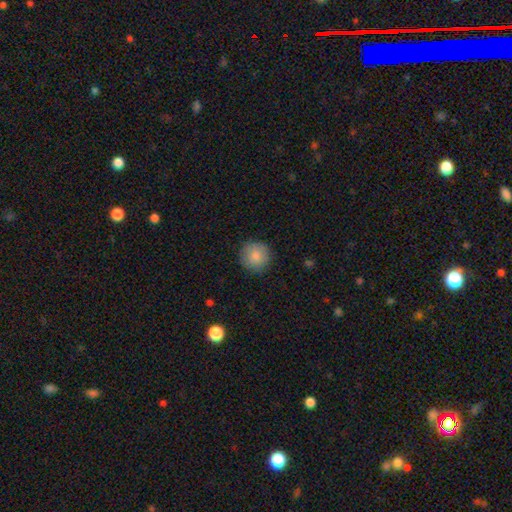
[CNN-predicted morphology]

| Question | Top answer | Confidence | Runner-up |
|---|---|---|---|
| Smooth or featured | smooth | 86% | star or artifact (8%) |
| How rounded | round | 95% | in between (4%) |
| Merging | none | 89% | minor disturbance (8%) |